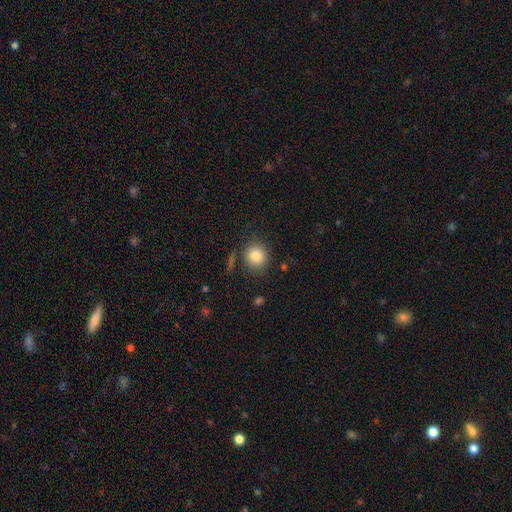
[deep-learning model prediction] Q: Smooth or featured?
A: smooth (84%); runner-up: star or artifact (10%)
Q: How rounded?
A: round (85%); runner-up: in between (14%)
Q: Merging?
A: none (81%); runner-up: minor disturbance (11%)